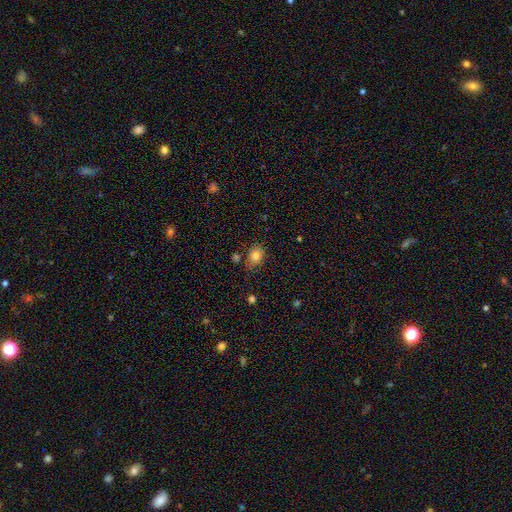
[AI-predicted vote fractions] A smooth galaxy with no disk features (82%) that is in between round and cigar-shaped (55%).

Vote fractions:
- Smooth or featured? smooth: 82% / star or artifact: 10% / featured or disk: 8%
- How rounded? in between: 55% / round: 44% / cigar-shaped: 1%
- Merging? none: 72% / minor disturbance: 18% / merger: 5% / major disturbance: 4%